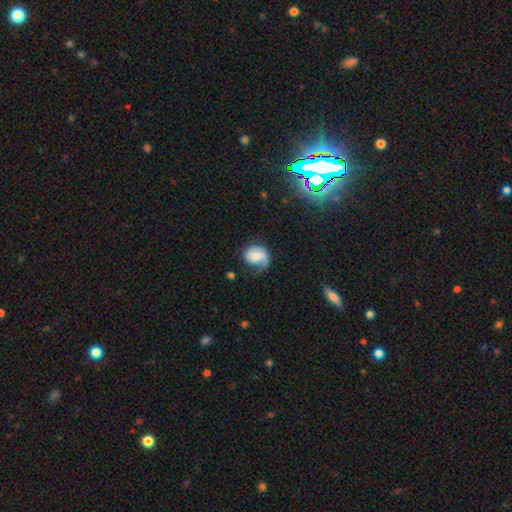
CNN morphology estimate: A smooth galaxy with no disk features (47%). Merging: none (47%).